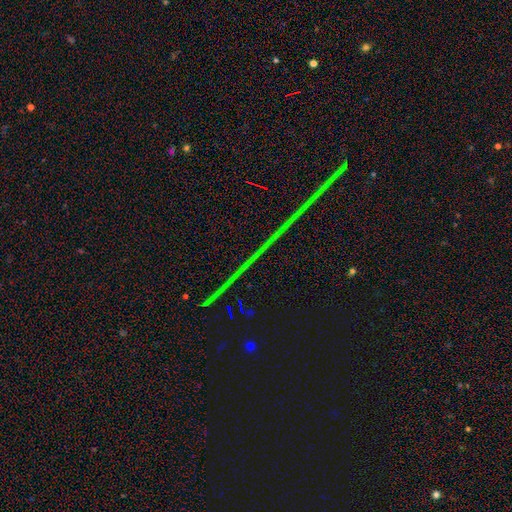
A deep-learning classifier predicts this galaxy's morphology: Q: Smooth or featured?
A: star or artifact (87%); runner-up: featured or disk (8%)